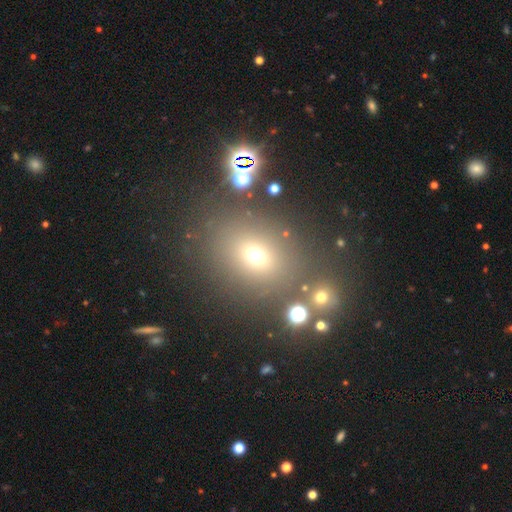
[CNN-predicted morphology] smooth-or-featured: smooth: 63% | star or artifact: 25% | featured or disk: 12%
  how-rounded: round: 57% | in between: 42% | cigar-shaped: 2%
  merging: none: 78% | minor disturbance: 10% | merger: 7% | major disturbance: 5%